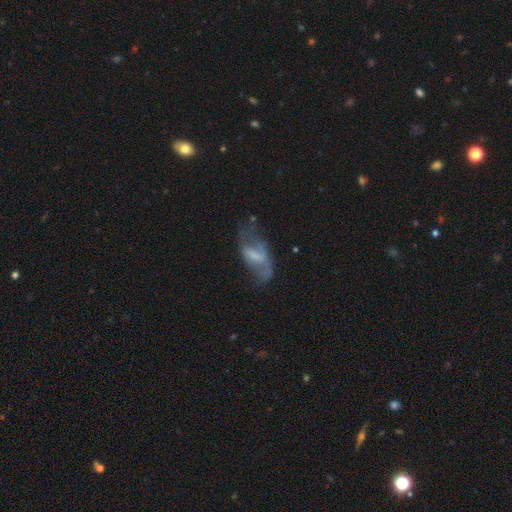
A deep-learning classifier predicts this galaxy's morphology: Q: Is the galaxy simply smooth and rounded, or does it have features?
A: featured or disk — 56%.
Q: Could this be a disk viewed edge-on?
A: no — 92%.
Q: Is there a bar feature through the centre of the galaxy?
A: weak — 41%.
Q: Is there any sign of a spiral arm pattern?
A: yes — 52%.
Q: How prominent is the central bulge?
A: none — 40%.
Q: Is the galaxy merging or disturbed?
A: none — 38%.